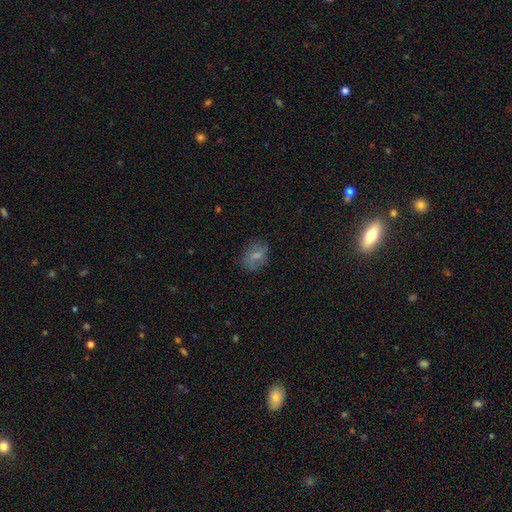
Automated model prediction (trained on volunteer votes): smooth-or-featured: smooth: 66% | featured or disk: 23% | star or artifact: 11%
  how-rounded: in between: 60% | round: 39% | cigar-shaped: 2%
  merging: none: 70% | minor disturbance: 19% | major disturbance: 9% | merger: 2%